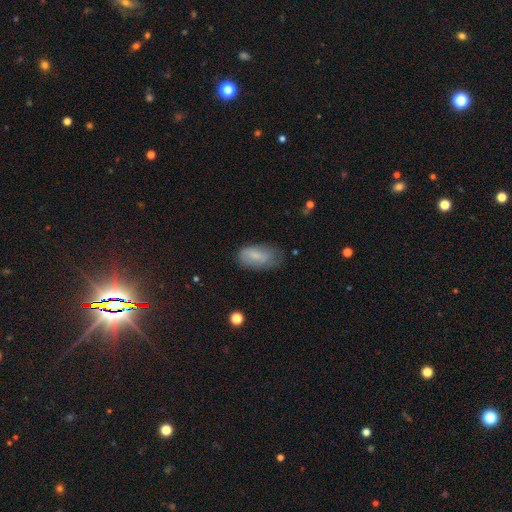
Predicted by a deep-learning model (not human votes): Smooth or featured? smooth (75%)
How rounded? in between (92%)
Merging? none (56%)